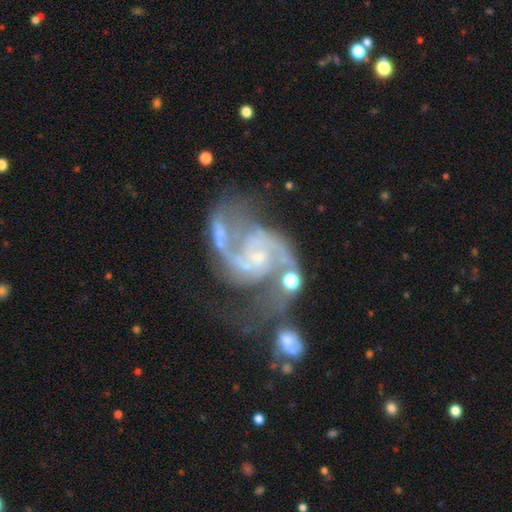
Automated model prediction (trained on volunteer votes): A featured or disk galaxy (92%) with no bar (60%), 2 (83%) medium (57%) spiral arms (98%) and a small central bulge (73%). Merging: merger (32%, tied with none).